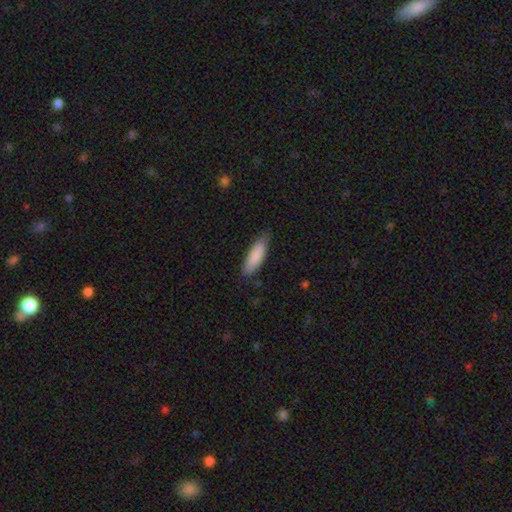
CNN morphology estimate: A smooth galaxy with no disk features (86%) that is cigar-shaped (51%).

Vote fractions:
- Smooth or featured? smooth: 86% / featured or disk: 8% / star or artifact: 6%
- How rounded? cigar-shaped: 51% / in between: 48% / round: 1%
- Merging? none: 77% / minor disturbance: 19% / major disturbance: 3% / merger: 1%